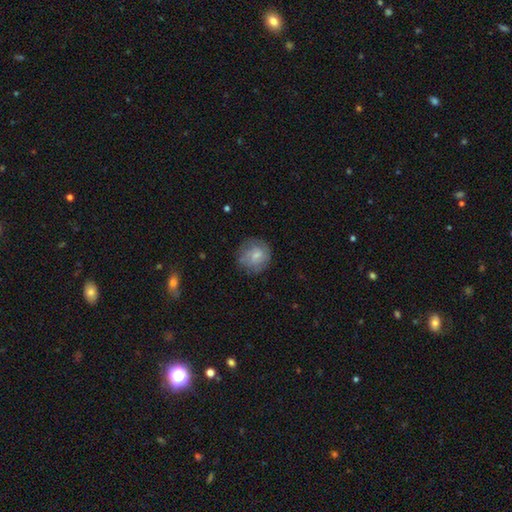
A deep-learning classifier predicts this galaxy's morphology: This is likely a smooth galaxy (68%). How rounded: clearly round (88%). Merging: likely none (72%).